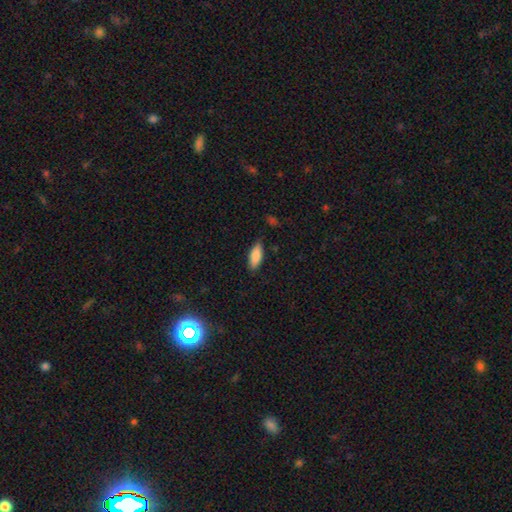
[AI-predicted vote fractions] This is clearly a smooth galaxy (86%). How rounded: likely in between (77%). Merging: clearly none (81%).